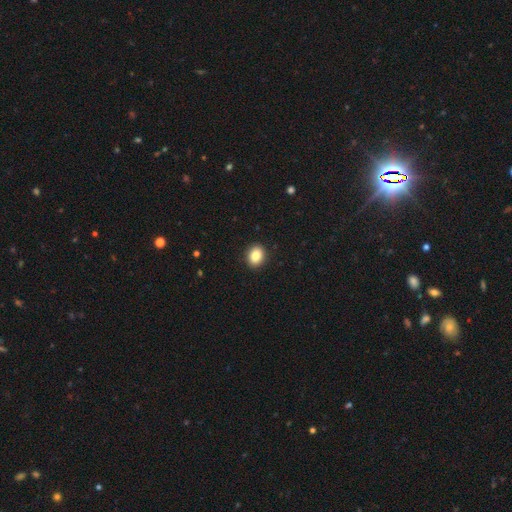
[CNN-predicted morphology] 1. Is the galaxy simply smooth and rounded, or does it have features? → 85% smooth, 9% star or artifact, 6% featured or disk.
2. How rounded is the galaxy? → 52% in between, 47% round, 1% cigar-shaped.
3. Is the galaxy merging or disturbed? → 92% none, 6% minor disturbance, 2% major disturbance, 1% merger.